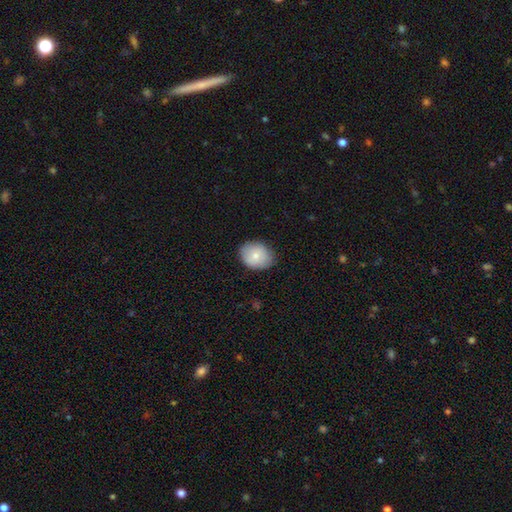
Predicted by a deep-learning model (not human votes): Overall: smooth (78%). How rounded: round (53%; in between 46%). Merging: none (82%).